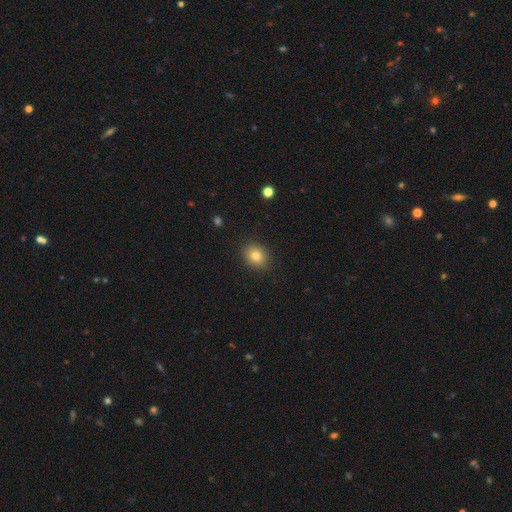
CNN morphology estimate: Smooth or featured?
  - smooth: 82% *
  - star or artifact: 10%
  - featured or disk: 7%
How rounded?
  - round: 56% *
  - in between: 43%
  - cigar-shaped: 1%
Merging?
  - none: 89% *
  - minor disturbance: 8%
  - major disturbance: 2%
  - merger: 1%